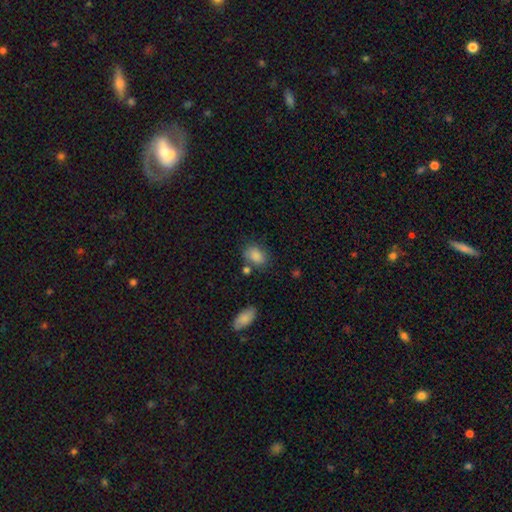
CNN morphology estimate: smooth_or_featured: smooth (p=0.84) [alt: star or artifact p=0.08]
how_rounded: in between (p=0.76) [alt: round p=0.23]
merging: none (p=0.63) [alt: minor disturbance p=0.20]